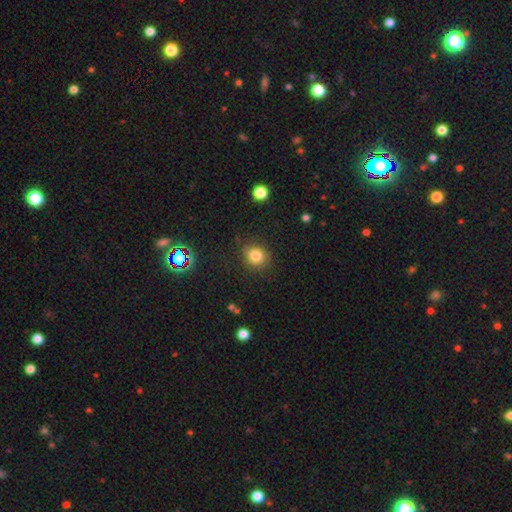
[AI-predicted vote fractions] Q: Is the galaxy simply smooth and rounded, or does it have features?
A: smooth — 81%.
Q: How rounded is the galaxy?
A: round — 74%.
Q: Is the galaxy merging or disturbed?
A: none — 82%.